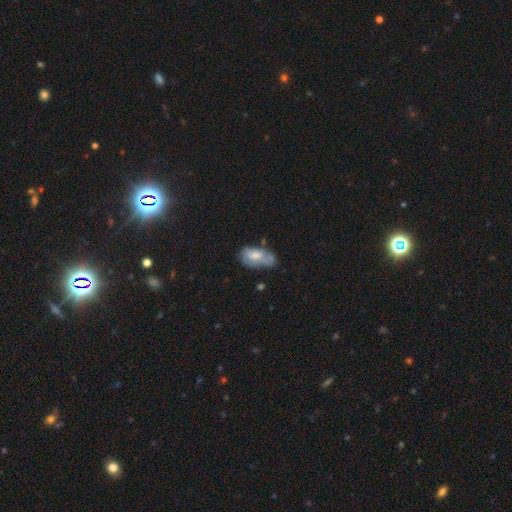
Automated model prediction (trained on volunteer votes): This appears to be a smooth galaxy with no disk features (62%) that is in between round and cigar-shaped (91%). Merging: none (36%).